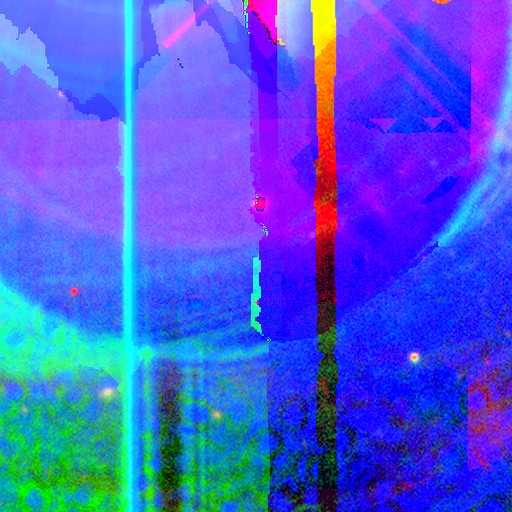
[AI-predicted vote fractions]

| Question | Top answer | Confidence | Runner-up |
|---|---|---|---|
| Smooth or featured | star or artifact | 89% | featured or disk (6%) |